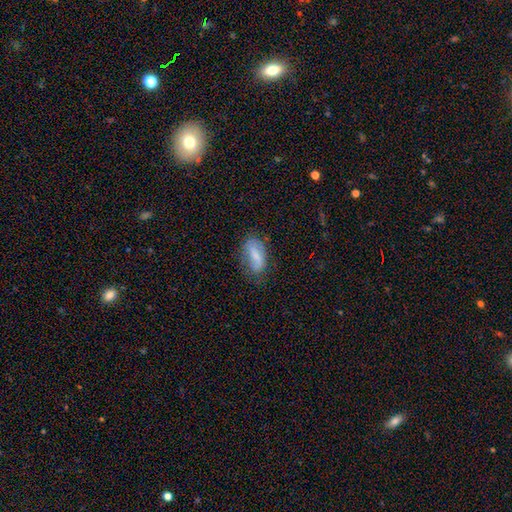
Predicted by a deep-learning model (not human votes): A smooth galaxy with no disk features (64%) that is in between round and cigar-shaped (88%). Merging: none (57%).